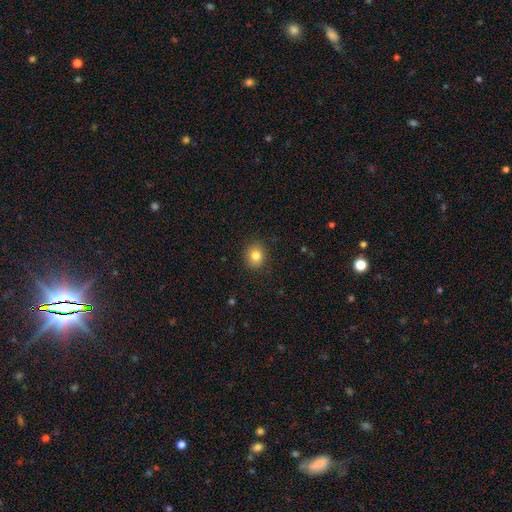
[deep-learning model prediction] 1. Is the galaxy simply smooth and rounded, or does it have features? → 82% smooth, 11% star or artifact, 7% featured or disk.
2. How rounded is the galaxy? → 78% round, 22% in between, 1% cigar-shaped.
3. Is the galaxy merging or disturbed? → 89% none, 8% minor disturbance, 2% major disturbance, 1% merger.